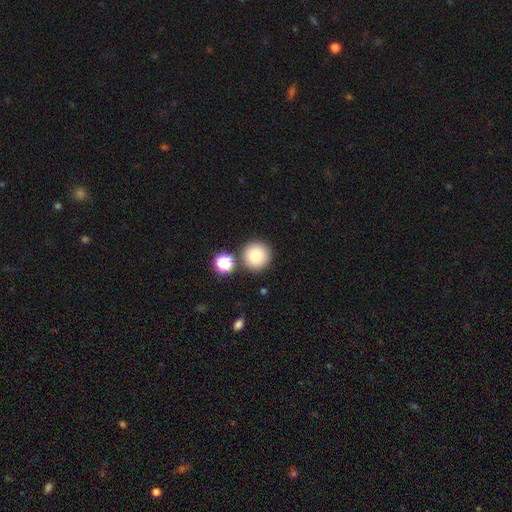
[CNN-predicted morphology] type=smooth (82%); roundness=round (95%); merging=none (81%).